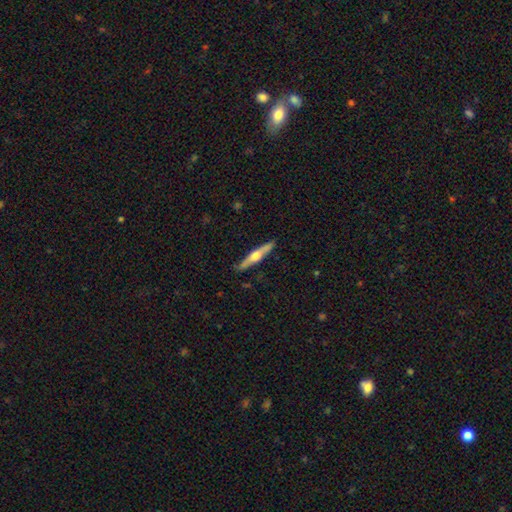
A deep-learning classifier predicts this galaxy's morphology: A featured or disk galaxy (61%) viewed edge-on (96%) with a rounded central bulge (92%). Merging: none (89%).